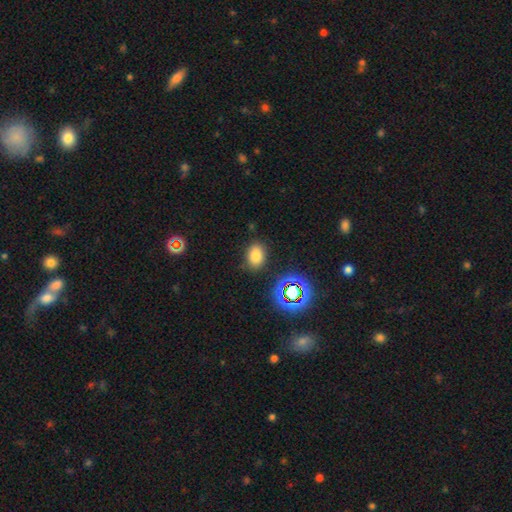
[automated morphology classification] A smooth galaxy with no disk features (75%) that is in between round and cigar-shaped (72%). Merging: none (83%).